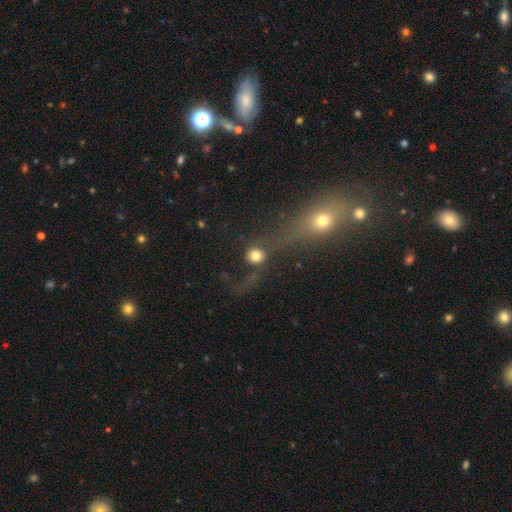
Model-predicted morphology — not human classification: smooth_or_featured: smooth (p=0.71) [alt: featured or disk p=0.17]
how_rounded: round (p=0.86) [alt: in between p=0.12]
merging: none (p=0.46) [alt: merger p=0.21]